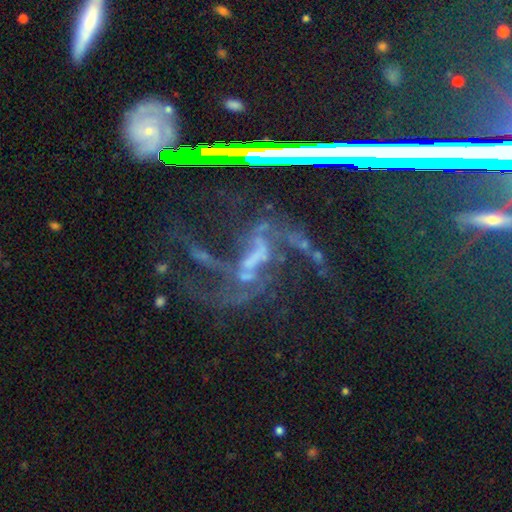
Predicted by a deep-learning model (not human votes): This appears to be a featured or disk galaxy (64%) with a strong bar (37%), spiral arms (75%) and no central bulge (48%). Merging: major disturbance (38%).